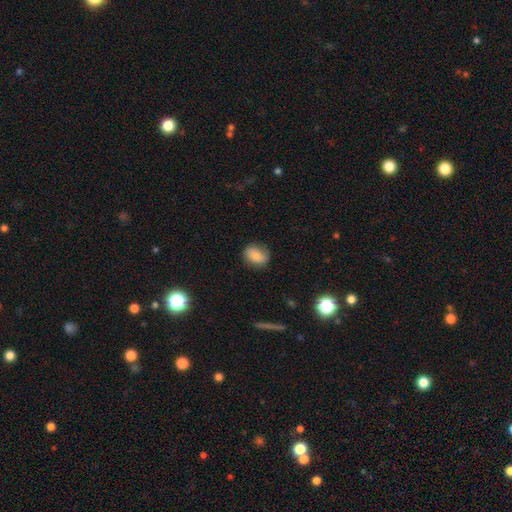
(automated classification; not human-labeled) Morphology: type=smooth (82%); roundness=in between (66%); merging=none (78%).